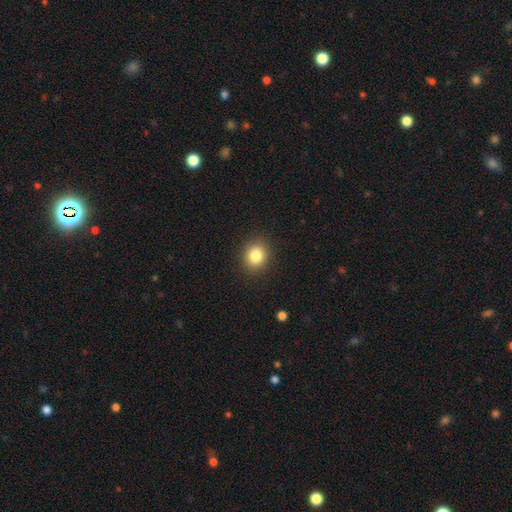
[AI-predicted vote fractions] Smooth or featured: smooth — 83% (star or artifact — 11%)
How rounded: round — 72% (in between — 27%)
Merging: none — 90% (minor disturbance — 7%)